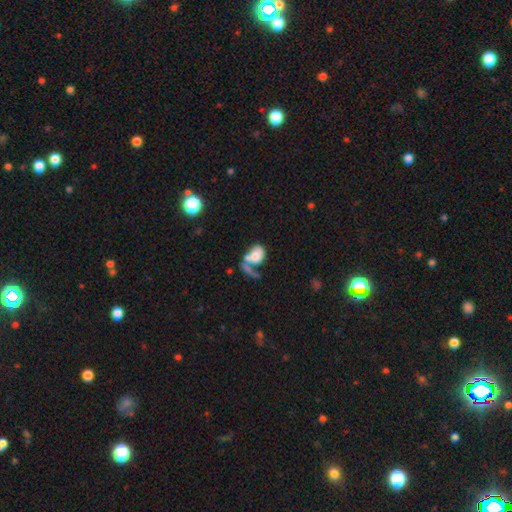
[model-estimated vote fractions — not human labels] Smooth or featured?
  - smooth: 66% *
  - featured or disk: 26%
  - star or artifact: 9%
How rounded?
  - in between: 71% *
  - round: 28%
  - cigar-shaped: 2%
Merging?
  - merger: 47% *
  - none: 21%
  - major disturbance: 21%
  - minor disturbance: 11%